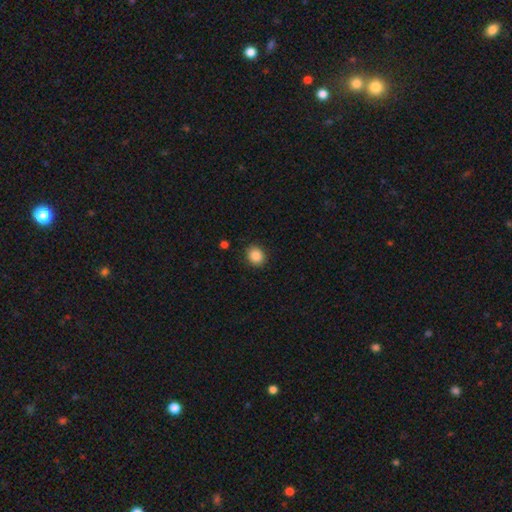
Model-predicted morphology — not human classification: Overall: smooth (87%). How rounded: round (74%). Merging: none (90%).